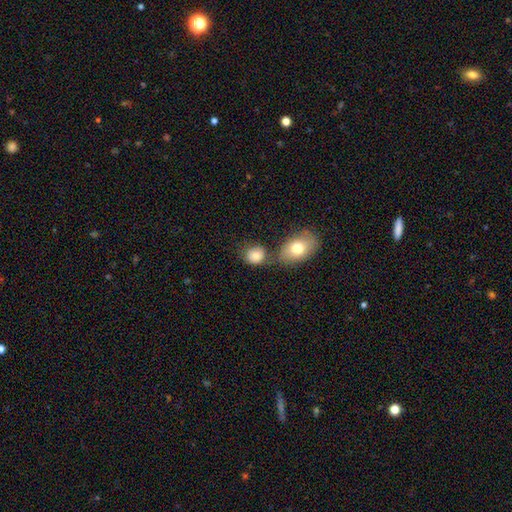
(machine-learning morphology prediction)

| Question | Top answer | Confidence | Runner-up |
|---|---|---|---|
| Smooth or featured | smooth | 83% | star or artifact (9%) |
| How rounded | round | 66% | in between (33%) |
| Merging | none | 52% | merger (28%) |